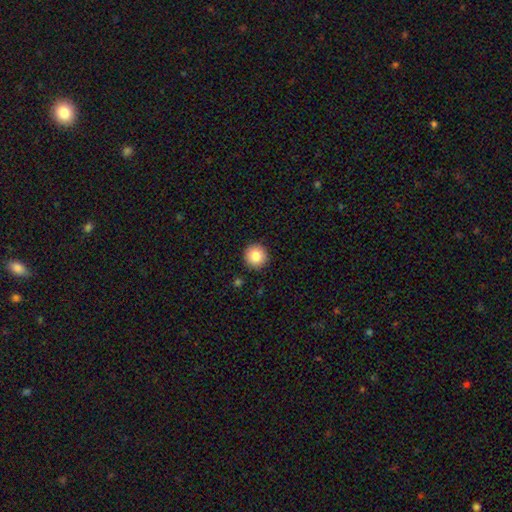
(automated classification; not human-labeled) Smooth or featured?
  - smooth: 84% *
  - star or artifact: 9%
  - featured or disk: 7%
How rounded?
  - round: 95% *
  - in between: 4%
  - cigar-shaped: 1%
Merging?
  - none: 91% *
  - minor disturbance: 6%
  - major disturbance: 2%
  - merger: 1%